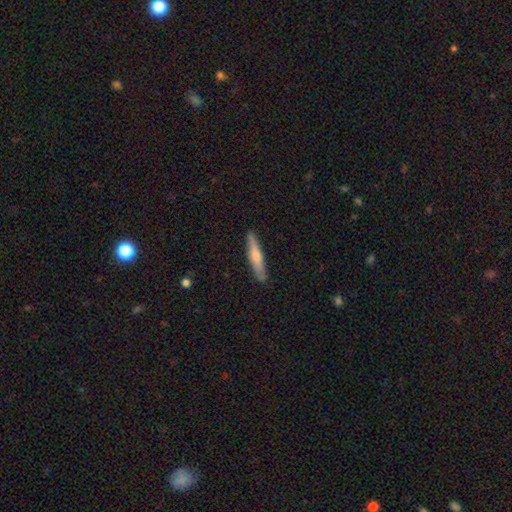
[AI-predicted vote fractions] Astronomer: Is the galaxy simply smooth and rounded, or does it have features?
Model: smooth — 49% (runner-up: featured or disk, 44%).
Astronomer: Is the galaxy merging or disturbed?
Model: none — 89%.